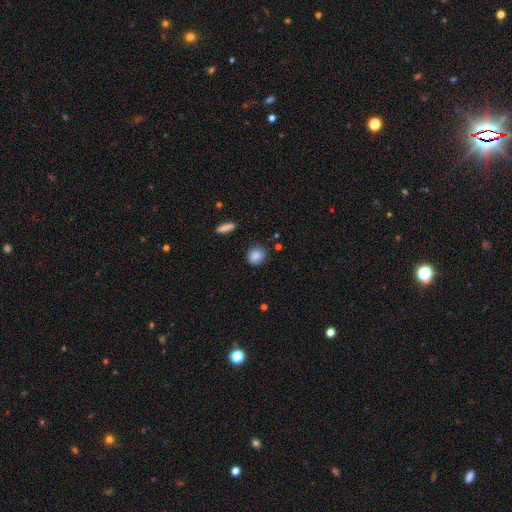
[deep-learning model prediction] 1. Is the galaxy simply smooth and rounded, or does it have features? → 85% smooth, 8% star or artifact, 6% featured or disk.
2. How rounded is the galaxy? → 76% round, 22% in between, 2% cigar-shaped.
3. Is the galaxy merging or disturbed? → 82% none, 13% minor disturbance, 3% major disturbance, 2% merger.